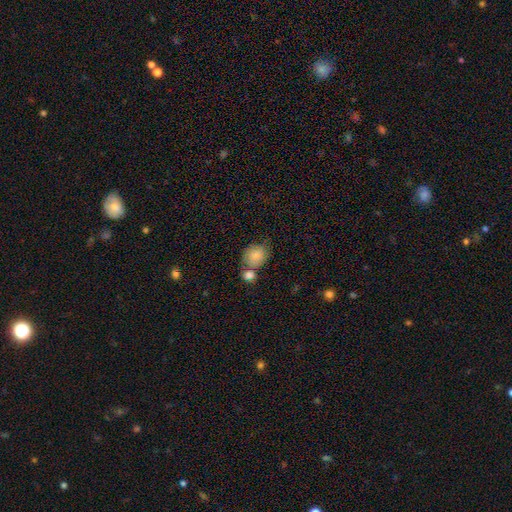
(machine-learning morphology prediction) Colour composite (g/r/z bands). It shows a smooth galaxy with no disk features (82%) that is round (65%). Merging: none (44%).